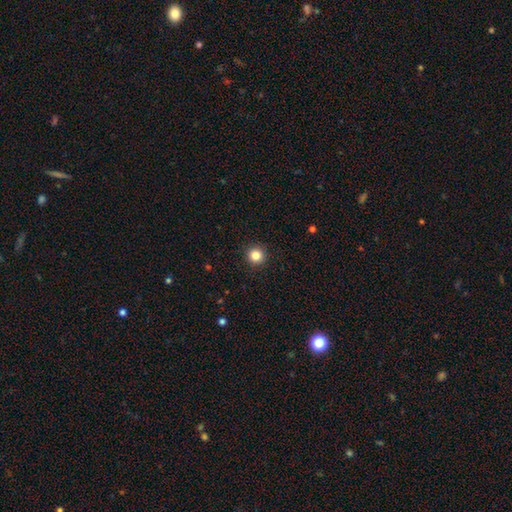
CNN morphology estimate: smooth_or_featured: smooth (p=0.84) [alt: star or artifact p=0.12]
how_rounded: round (p=0.96) [alt: in between p=0.03]
merging: none (p=0.93) [alt: minor disturbance p=0.04]